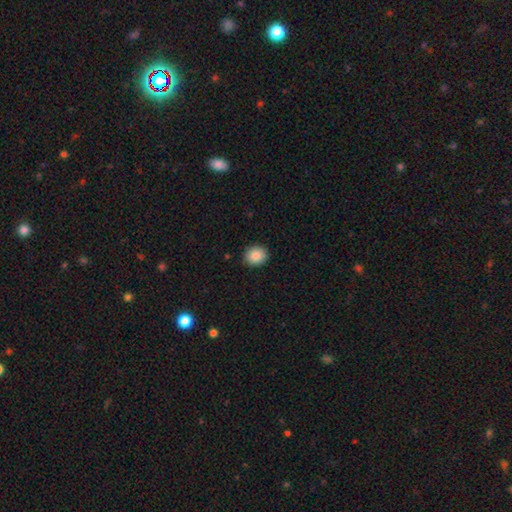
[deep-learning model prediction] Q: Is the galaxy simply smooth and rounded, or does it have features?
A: smooth — 88%.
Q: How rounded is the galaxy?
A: round — 73%.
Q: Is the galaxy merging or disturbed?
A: none — 91%.